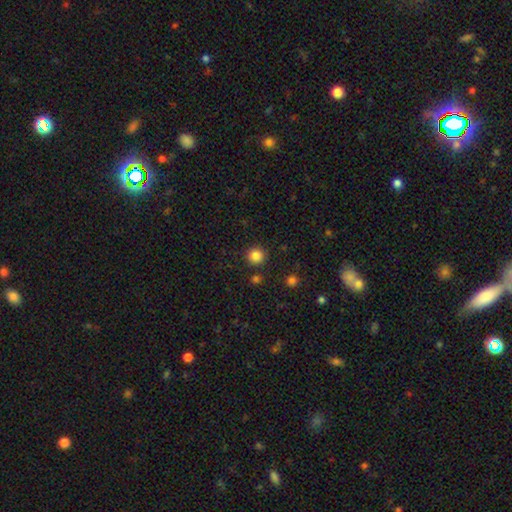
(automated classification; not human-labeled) This appears to be a smooth galaxy with no disk features (84%) that is round (94%). Merging: none (90%).